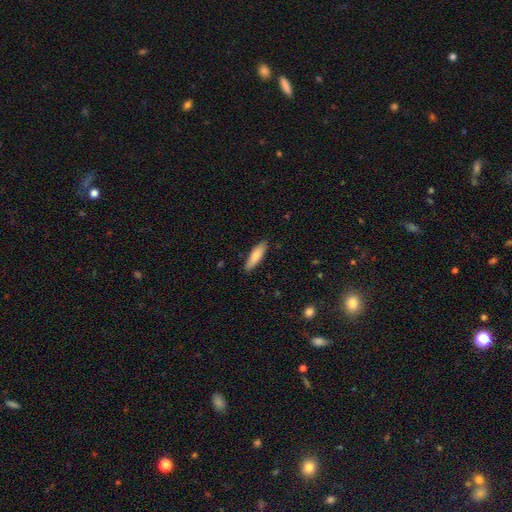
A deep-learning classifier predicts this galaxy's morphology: This appears to be a smooth galaxy with no disk features (77%) that is cigar-shaped (61%). Merging: none (88%).